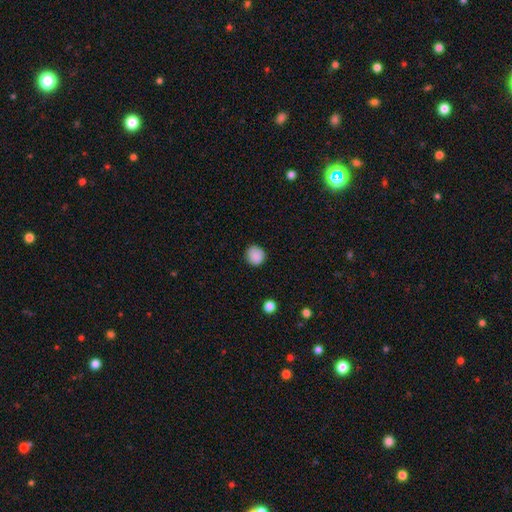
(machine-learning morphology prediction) This appears to be a smooth galaxy with no disk features (88%) that is round (88%). Merging: none (87%).